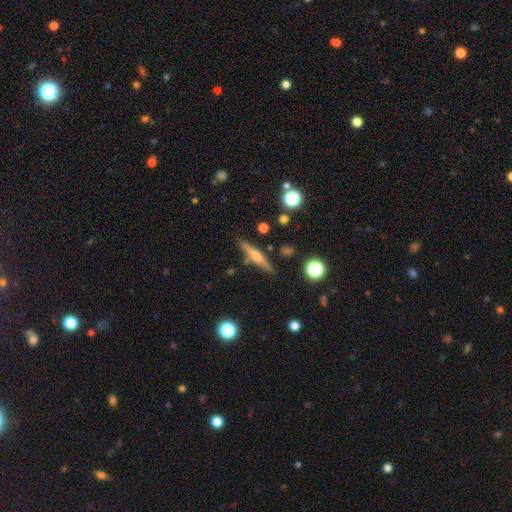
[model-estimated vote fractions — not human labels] featured or disk 62%, smooth 30%, star or artifact 8%. Down the decision tree: edge-on disk — yes (96%); edge-on bulge — rounded (82%); merging — none (87%).